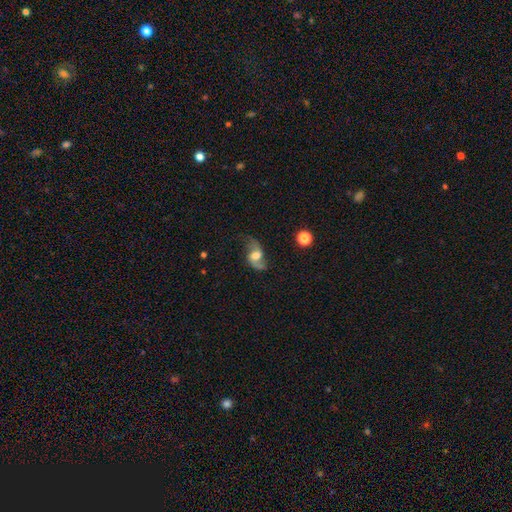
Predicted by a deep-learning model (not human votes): Overall: featured or disk (77%). Edge-on disk: no (96%). Bar: weak (46%; no 42%). Spiral arms: yes (93%). Spiral arm count: 2 (90%). Spiral winding: loose (73%). Bulge size: moderate (50%; large 28%). Merging: none (63%).